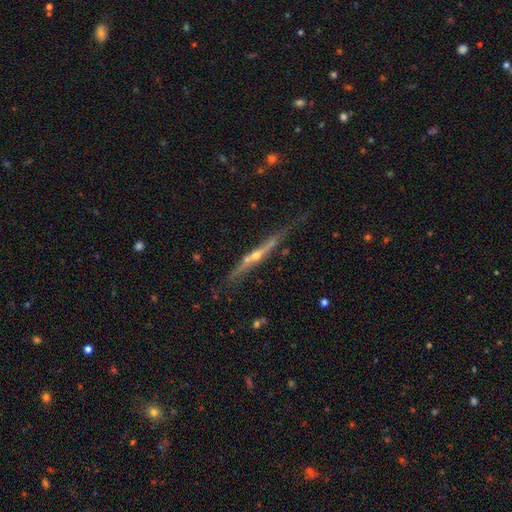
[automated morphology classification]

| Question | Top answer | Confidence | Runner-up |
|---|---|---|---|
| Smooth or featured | featured or disk | 80% | smooth (14%) |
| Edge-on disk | yes | 96% | no (4%) |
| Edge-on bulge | rounded | 85% | none (12%) |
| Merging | none | 64% | minor disturbance (22%) |